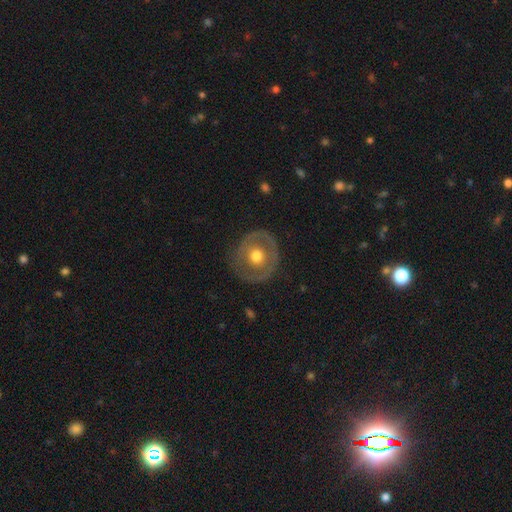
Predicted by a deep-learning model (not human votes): Morphology: type=featured or disk (55%); edge-on=no (95%); bar=no (85%); spiral arms=no (77%); bulge=moderate (76%); merging=none (79%).